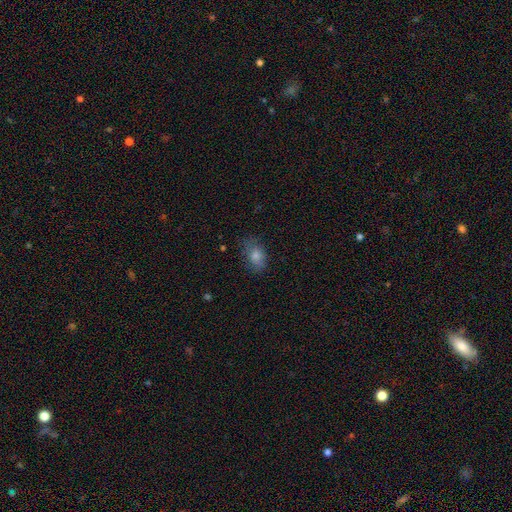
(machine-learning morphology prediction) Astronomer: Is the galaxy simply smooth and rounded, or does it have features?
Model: smooth — 72%.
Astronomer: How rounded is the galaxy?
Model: in between — 75%.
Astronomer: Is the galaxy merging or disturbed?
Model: none — 73%.